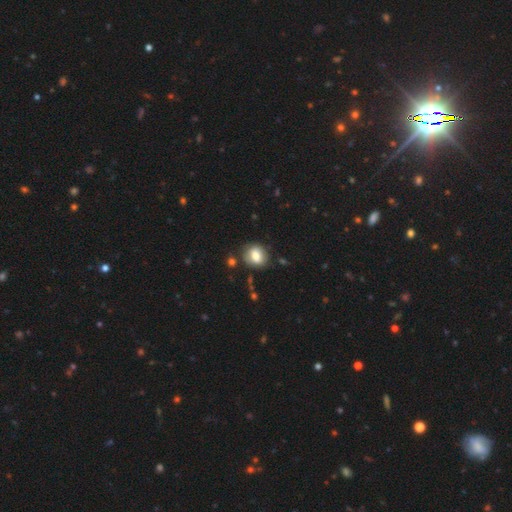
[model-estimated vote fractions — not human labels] This appears to be a smooth galaxy with no disk features (76%) that is round (54%). Merging: none (76%).